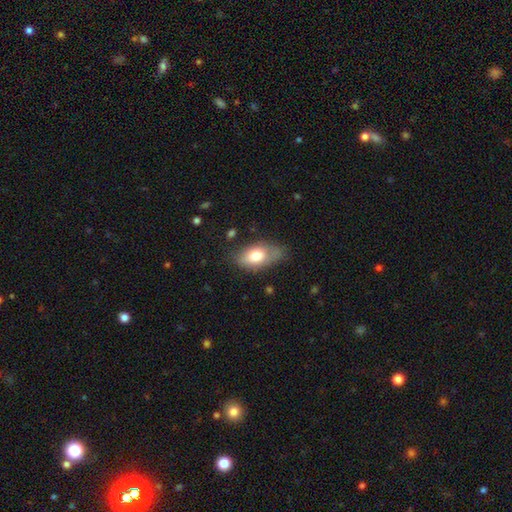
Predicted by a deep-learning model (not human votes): A smooth galaxy with no disk features (73%) that is in between round and cigar-shaped (90%).

Vote fractions:
- Smooth or featured? smooth: 73% / featured or disk: 20% / star or artifact: 7%
- How rounded? in between: 90% / round: 6% / cigar-shaped: 4%
- Merging? none: 61% / minor disturbance: 28% / major disturbance: 8% / merger: 2%